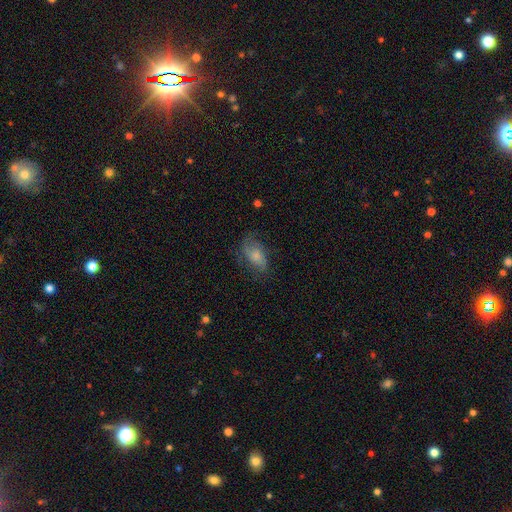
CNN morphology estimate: type=featured or disk (47%); merging=none (65%).